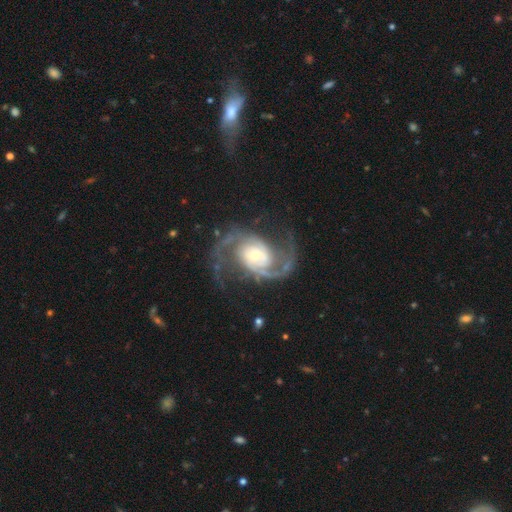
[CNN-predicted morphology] A featured or disk galaxy (92%) with no bar (49%), 2 (85%) medium (52%) spiral arms (98%) and a moderate central bulge (47%).

Vote fractions:
- Smooth or featured? featured or disk: 92% / star or artifact: 4% / smooth: 4%
- Edge-on disk? no: 97% / yes: 3%
- Bar? no: 49% / weak: 37% / strong: 14%
- Spiral arms? yes: 98% / no: 2%
- Spiral winding? medium: 52% / loose: 30% / tight: 19%
- Spiral arm count? 2: 85% / 3: 5% / can't tell: 4% / 1: 2% / 4: 2% / more than 4: 2%
- Bulge size? moderate: 47% / small: 43% / large: 8% / dominant: 1% / none: 1%
- Merging? none: 67% / major disturbance: 16% / minor disturbance: 15% / merger: 2%